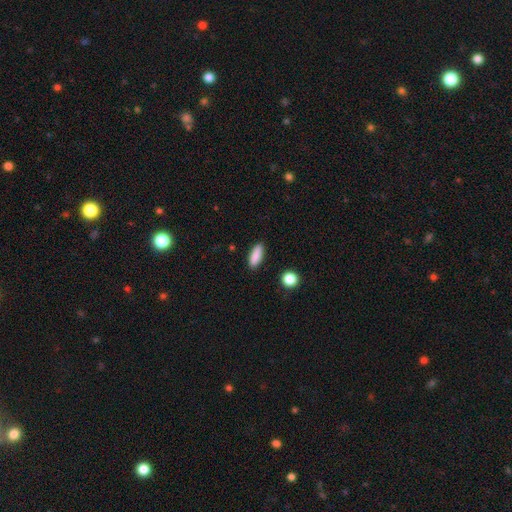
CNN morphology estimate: Smooth or featured: smooth — 87% (star or artifact — 7%)
How rounded: in between — 61% (cigar-shaped — 37%)
Merging: none — 87% (minor disturbance — 9%)